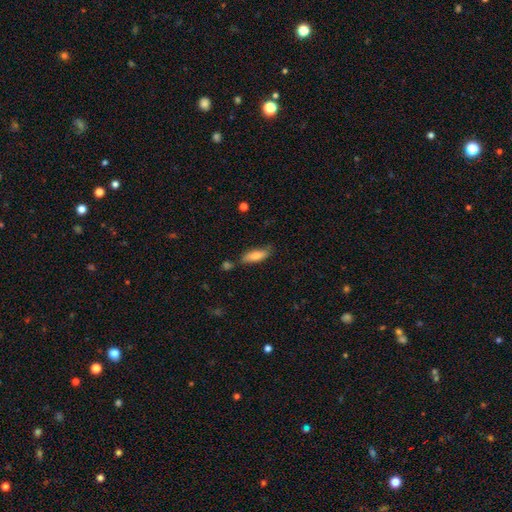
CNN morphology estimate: Smooth or featured?
  - smooth: 79% *
  - featured or disk: 14%
  - star or artifact: 7%
How rounded?
  - in between: 55% *
  - cigar-shaped: 43%
  - round: 2%
Merging?
  - none: 65% *
  - minor disturbance: 22%
  - merger: 8%
  - major disturbance: 5%